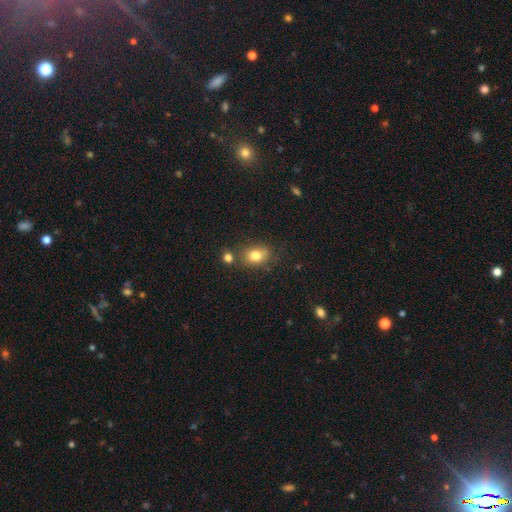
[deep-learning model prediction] Morphology: type=smooth (80%); roundness=in between (63%); merging=none (67%).